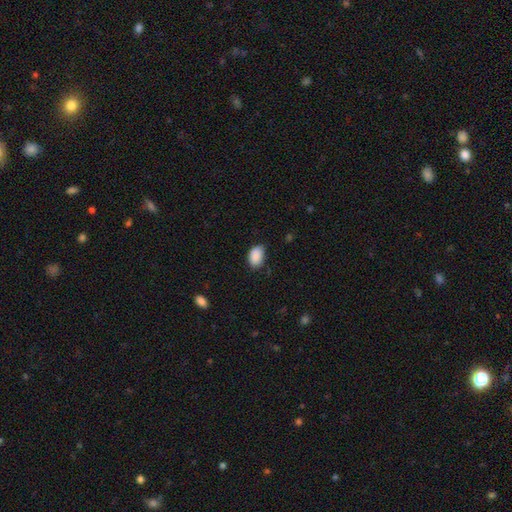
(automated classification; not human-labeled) Overall: smooth (89%). How rounded: in between (88%). Merging: none (73%).